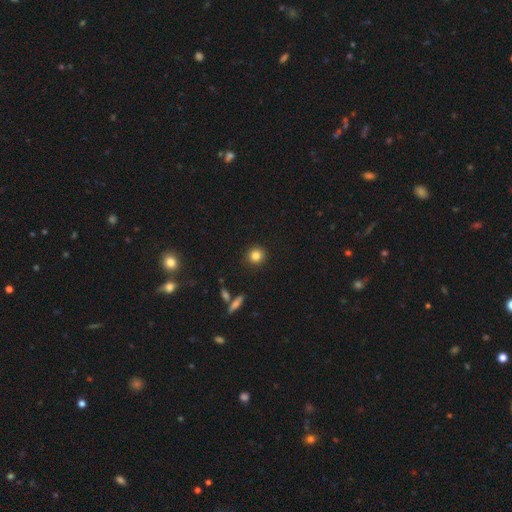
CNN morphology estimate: Q: Smooth or featured?
A: smooth (83%); runner-up: star or artifact (11%)
Q: How rounded?
A: round (91%); runner-up: in between (8%)
Q: Merging?
A: none (91%); runner-up: minor disturbance (6%)